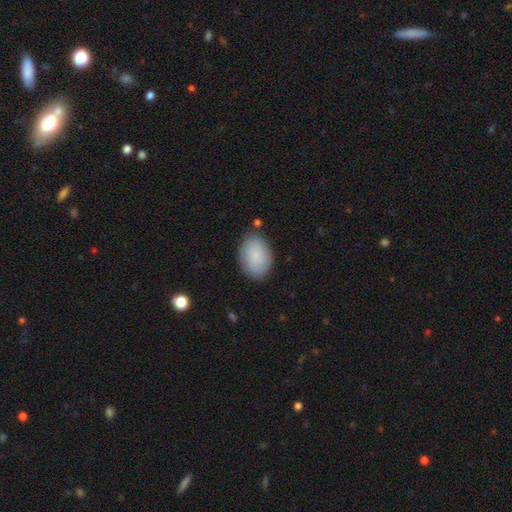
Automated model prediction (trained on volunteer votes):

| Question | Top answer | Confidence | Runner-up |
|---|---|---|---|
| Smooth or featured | smooth | 86% | featured or disk (7%) |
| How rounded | in between | 83% | round (16%) |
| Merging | none | 82% | minor disturbance (13%) |